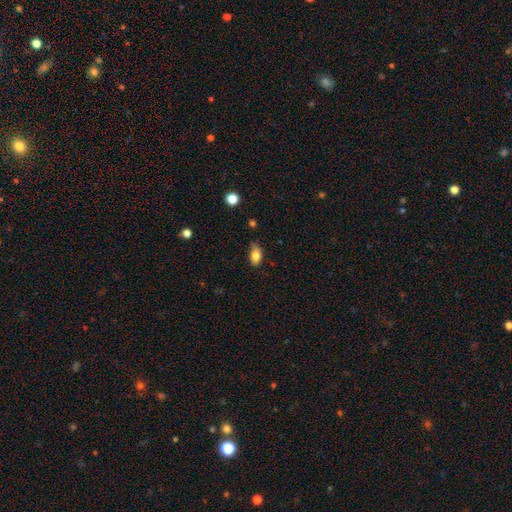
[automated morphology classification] A smooth galaxy with no disk features (82%) that is in between round and cigar-shaped (85%).

Vote fractions:
- Smooth or featured? smooth: 82% / star or artifact: 9% / featured or disk: 9%
- How rounded? in between: 85% / round: 11% / cigar-shaped: 3%
- Merging? none: 56% / minor disturbance: 35% / major disturbance: 7% / merger: 3%